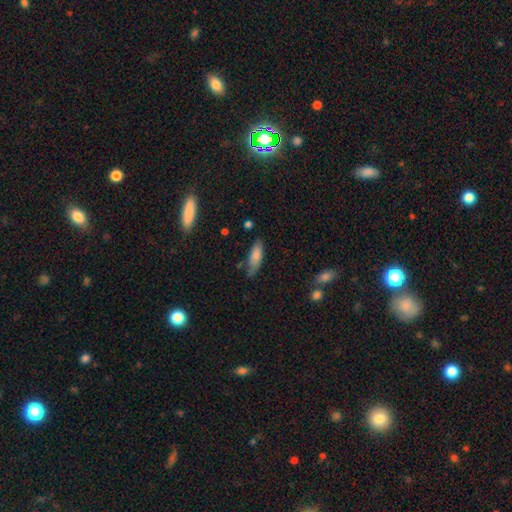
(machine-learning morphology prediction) A smooth galaxy with no disk features (76%) that is in between round and cigar-shaped (64%).

Vote fractions:
- Smooth or featured? smooth: 76% / featured or disk: 17% / star or artifact: 7%
- How rounded? in between: 64% / cigar-shaped: 34% / round: 2%
- Merging? none: 65% / minor disturbance: 26% / major disturbance: 5% / merger: 4%